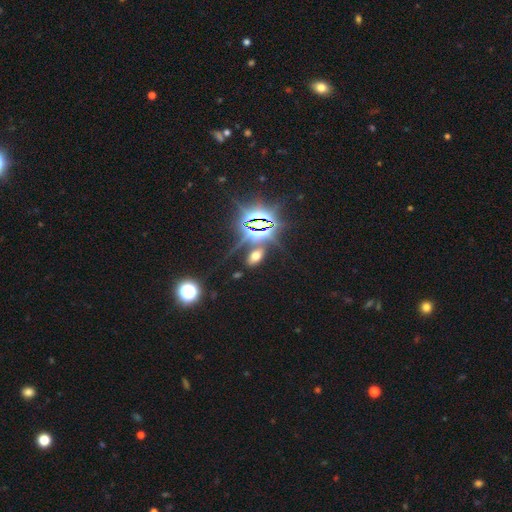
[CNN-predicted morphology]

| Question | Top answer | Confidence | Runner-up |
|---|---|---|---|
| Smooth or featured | star or artifact | 44% | smooth (43%) |